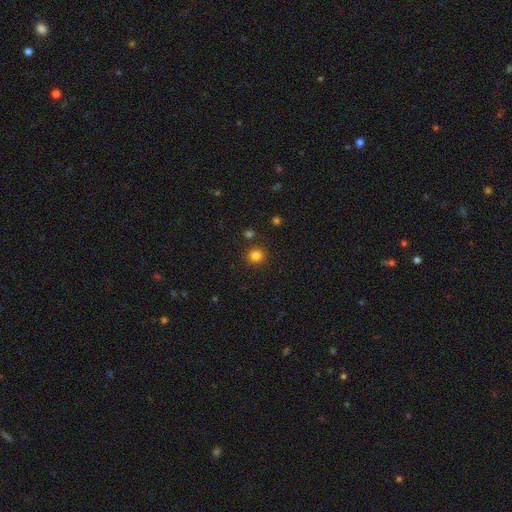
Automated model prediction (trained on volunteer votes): The model was most divided on "smooth or featured": smooth: 82%, star or artifact: 13%, featured or disk: 4%. More confident: how rounded — round (91%); merging — none (87%).